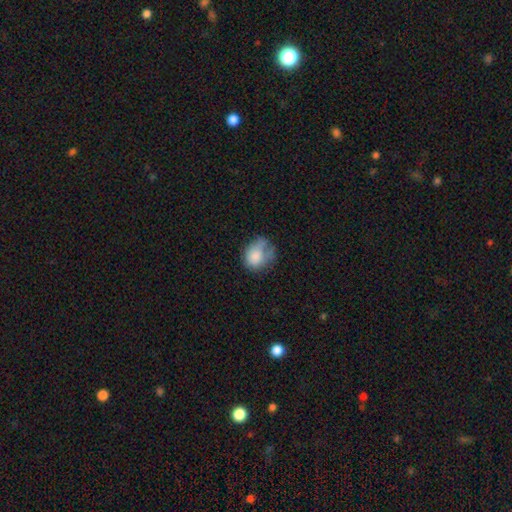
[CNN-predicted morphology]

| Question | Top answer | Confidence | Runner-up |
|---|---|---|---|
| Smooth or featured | smooth | 76% | featured or disk (16%) |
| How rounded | round | 52% | in between (47%) |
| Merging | none | 36% | minor disturbance (33%) |